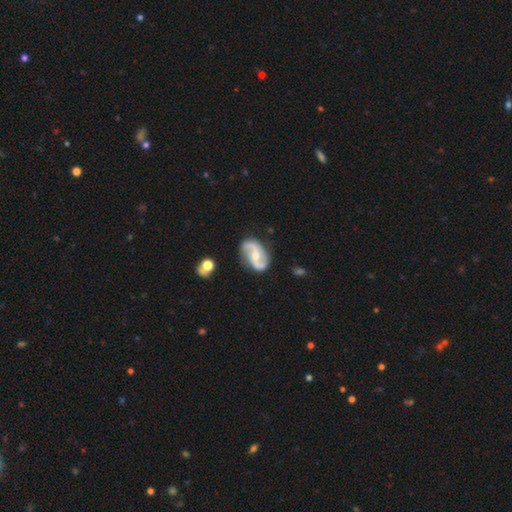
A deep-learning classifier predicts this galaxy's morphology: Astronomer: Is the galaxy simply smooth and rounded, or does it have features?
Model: featured or disk — 87%.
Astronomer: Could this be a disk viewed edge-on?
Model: no — 97%.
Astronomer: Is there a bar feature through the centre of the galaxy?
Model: no — 46% (runner-up: weak, 37%).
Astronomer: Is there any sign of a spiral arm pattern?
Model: yes — 96%.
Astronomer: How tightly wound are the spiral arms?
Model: loose — 52% (runner-up: medium, 37%).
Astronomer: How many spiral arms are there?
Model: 2 — 93%.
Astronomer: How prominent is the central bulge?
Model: moderate — 60%.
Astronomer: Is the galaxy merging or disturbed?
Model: none — 79%.